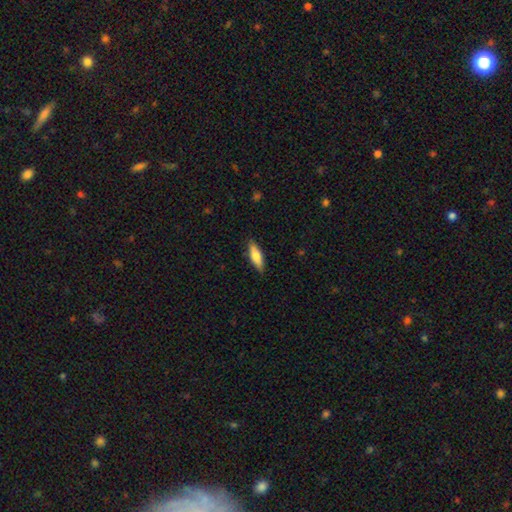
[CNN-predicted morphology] Smooth or featured?
  - smooth: 73% *
  - featured or disk: 21%
  - star or artifact: 6%
How rounded?
  - in between: 52% *
  - cigar-shaped: 46%
  - round: 2%
Merging?
  - none: 85% *
  - minor disturbance: 12%
  - major disturbance: 2%
  - merger: 1%